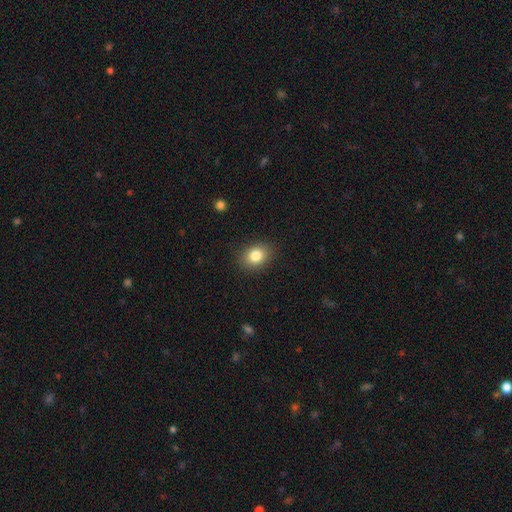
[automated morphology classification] smooth-or-featured: smooth: 83% | star or artifact: 10% | featured or disk: 7%
  how-rounded: in between: 57% | round: 42% | cigar-shaped: 1%
  merging: none: 87% | minor disturbance: 9% | major disturbance: 3% | merger: 1%